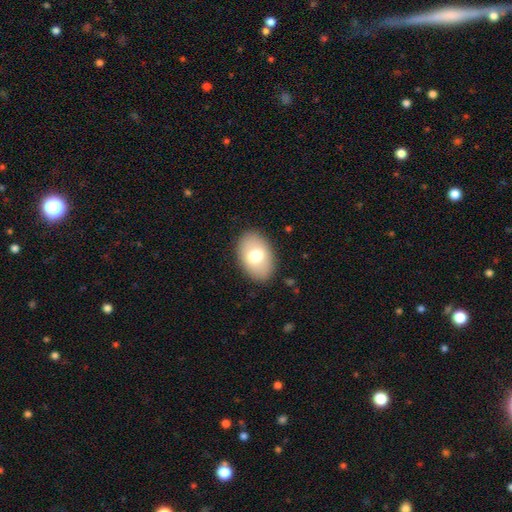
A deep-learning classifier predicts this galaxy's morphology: This appears to be a smooth galaxy with no disk features (71%) that is in between round and cigar-shaped (87%). Merging: none (87%).